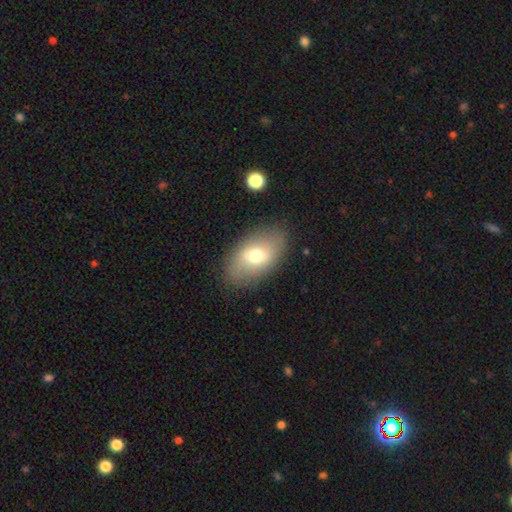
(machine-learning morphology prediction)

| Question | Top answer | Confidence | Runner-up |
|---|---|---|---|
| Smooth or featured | smooth | 65% | featured or disk (27%) |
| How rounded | in between | 91% | round (7%) |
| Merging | none | 84% | minor disturbance (11%) |